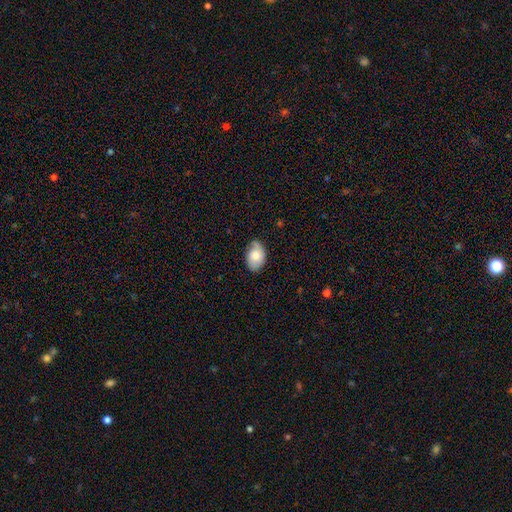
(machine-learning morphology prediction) Smooth or featured? Predicted: smooth (p=0.69). How rounded? Predicted: in between (p=0.84). Merging? Predicted: none (p=0.60).